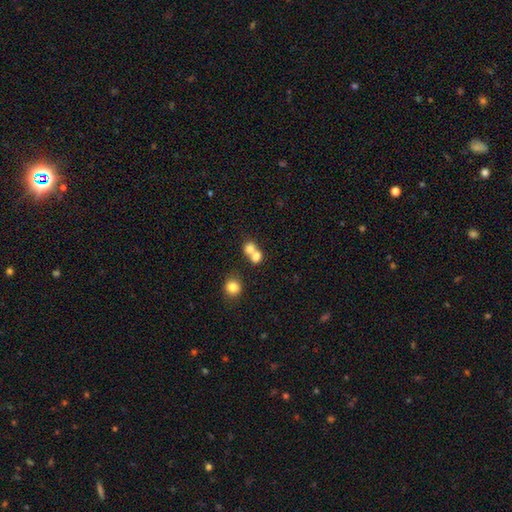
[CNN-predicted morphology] The model was most divided on "merging": merger: 63%, none: 29%, minor disturbance: 5%, major disturbance: 3%. More confident: smooth or featured — smooth (75%); how rounded — round (70%).